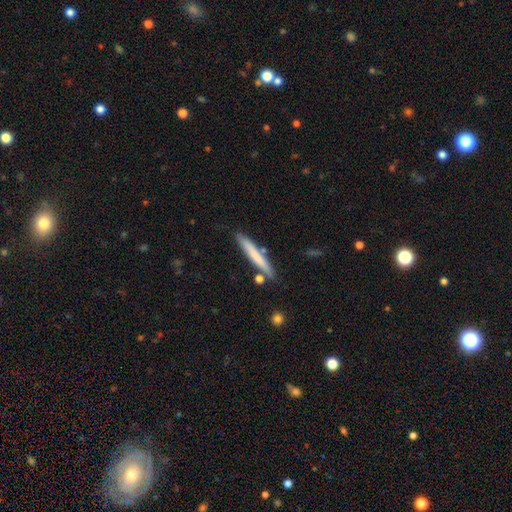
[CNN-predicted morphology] smooth_or_featured: smooth (p=0.67) [alt: featured or disk p=0.27]
how_rounded: cigar-shaped (p=0.95) [alt: in between p=0.03]
merging: none (p=0.81) [alt: minor disturbance p=0.12]